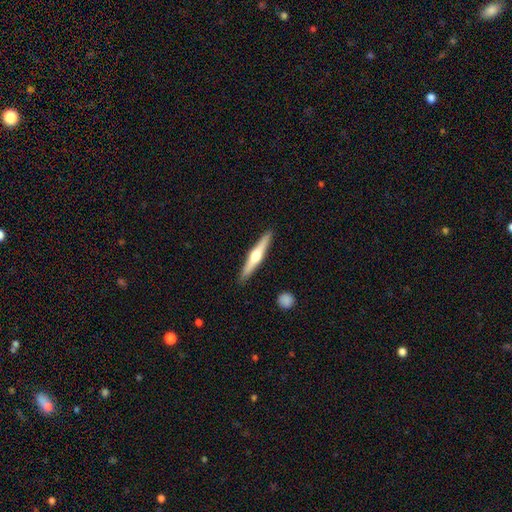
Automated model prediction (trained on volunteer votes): Morphology: type=featured or disk (67%); edge-on=yes (98%); edge-on bulge=rounded (93%); merging=none (91%).